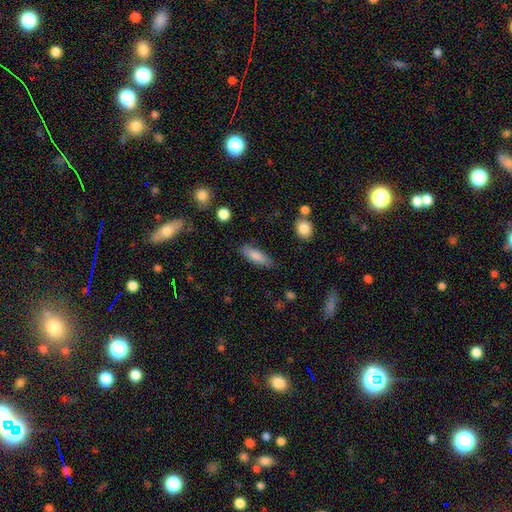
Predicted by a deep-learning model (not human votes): A smooth galaxy with no disk features (82%) that is in between round and cigar-shaped (55%). Merging: none (83%).